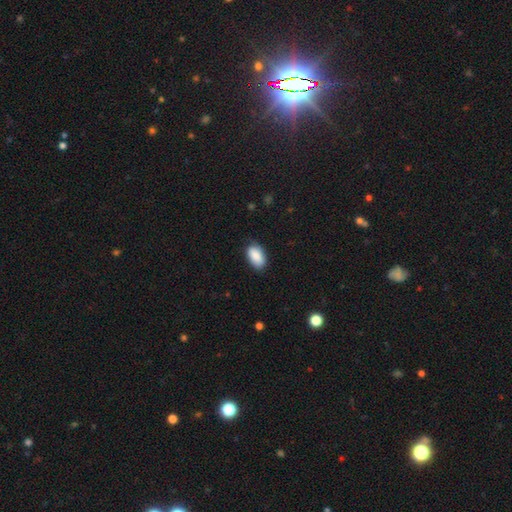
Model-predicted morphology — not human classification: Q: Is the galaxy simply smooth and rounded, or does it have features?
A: smooth — 89%.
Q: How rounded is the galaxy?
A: in between — 94%.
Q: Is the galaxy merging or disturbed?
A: none — 80%.